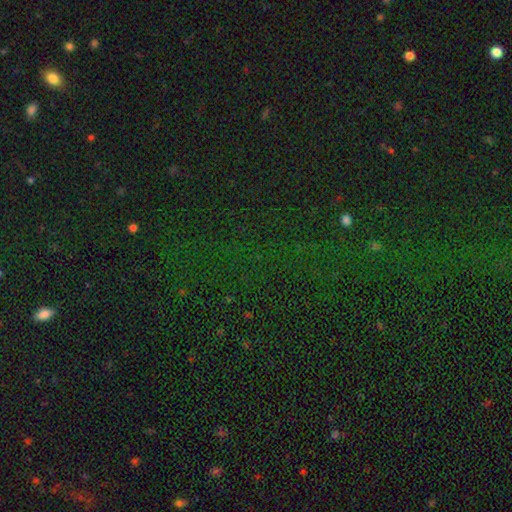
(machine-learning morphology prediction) Smooth or featured? Predicted: star or artifact (p=0.82).